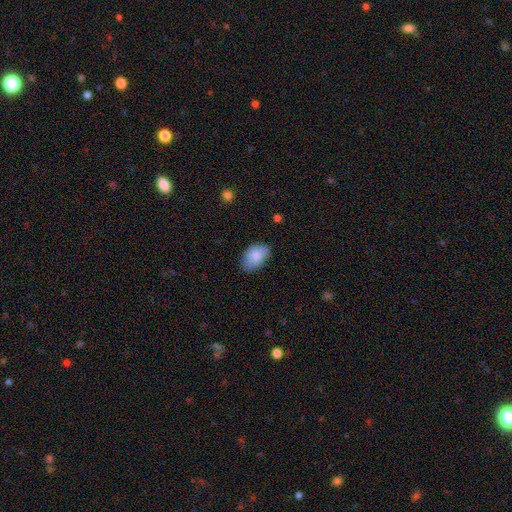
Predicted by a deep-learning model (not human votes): Smooth or featured? smooth (84%)
How rounded? in between (89%)
Merging? none (72%)